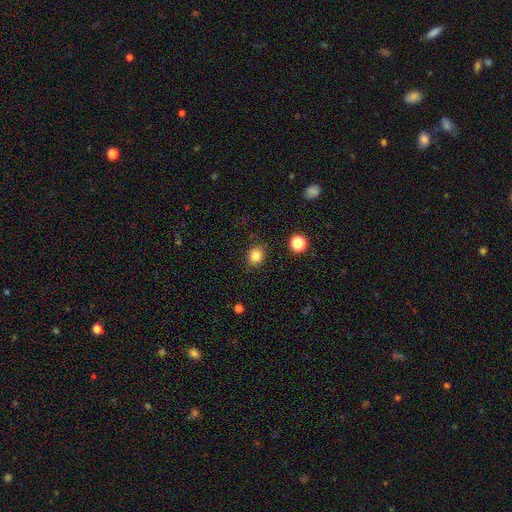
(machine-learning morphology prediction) smooth-or-featured: smooth: 84% | star or artifact: 11% | featured or disk: 5%
  how-rounded: round: 63% | in between: 36% | cigar-shaped: 1%
  merging: none: 85% | minor disturbance: 10% | major disturbance: 3% | merger: 2%